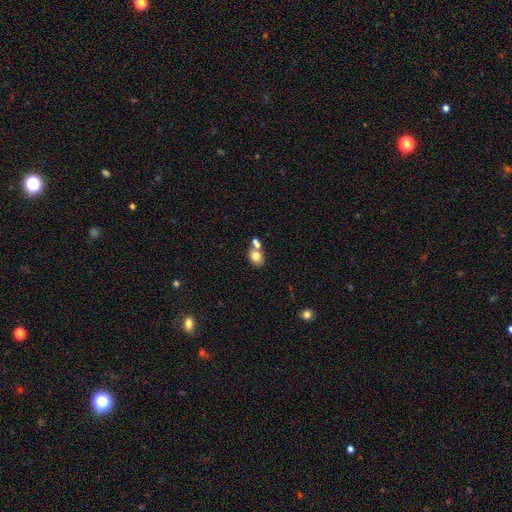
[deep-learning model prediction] A smooth galaxy with no disk features (77%) that is in between round and cigar-shaped (50%).

Vote fractions:
- Smooth or featured? smooth: 77% / featured or disk: 13% / star or artifact: 10%
- How rounded? in between: 50% / round: 48% / cigar-shaped: 1%
- Merging? merger: 43% (tied) / none: 43% (tied) / minor disturbance: 10% / major disturbance: 4%